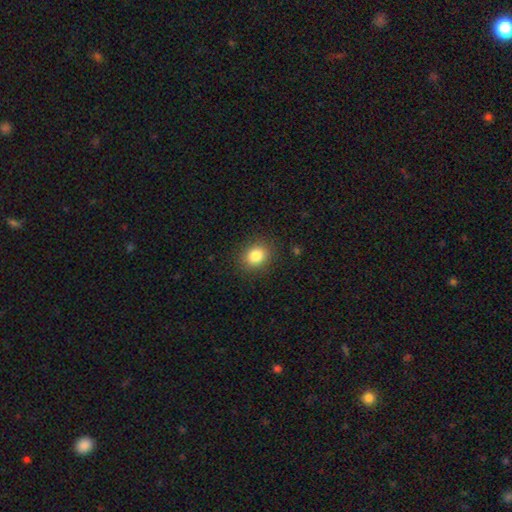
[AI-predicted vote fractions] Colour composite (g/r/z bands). It shows a smooth galaxy with no disk features (84%) that is round (69%). Merging: none (88%).